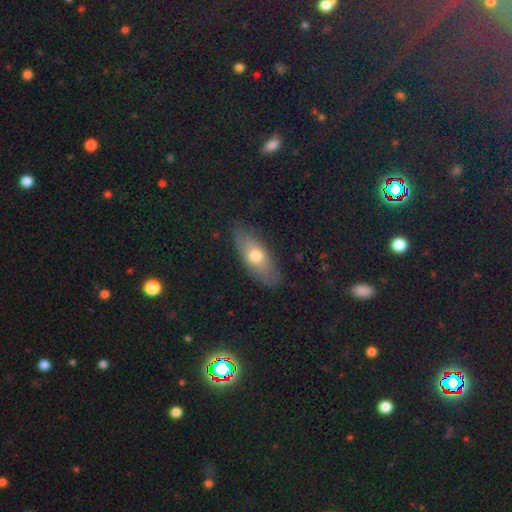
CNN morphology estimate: Smooth or featured? Predicted: smooth (p=0.65). How rounded? Predicted: in between (p=0.71). Merging? Predicted: none (p=0.80).